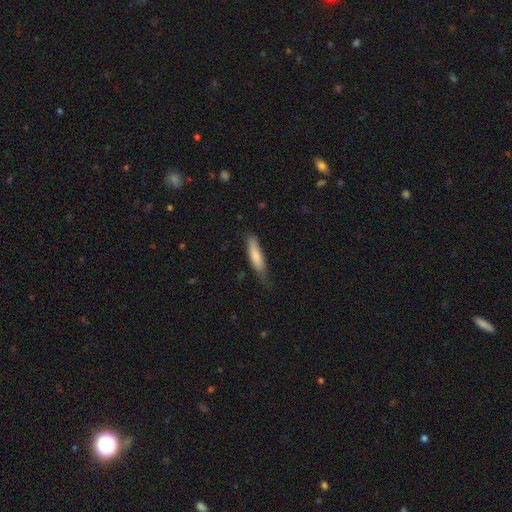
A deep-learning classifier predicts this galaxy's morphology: Overall: smooth (79%). How rounded: cigar-shaped (73%). Merging: none (59%; minor disturbance 32%).